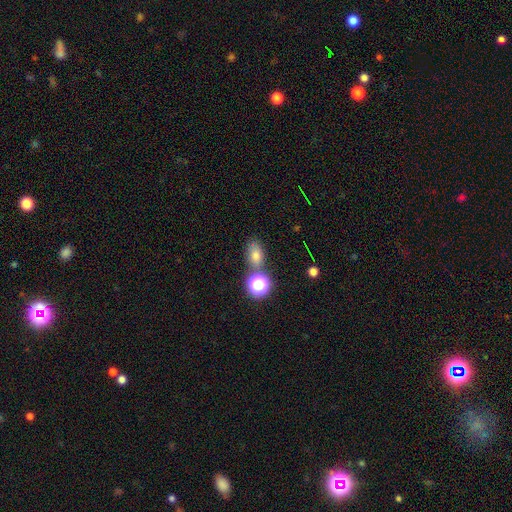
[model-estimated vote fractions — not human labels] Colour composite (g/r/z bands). It shows a smooth galaxy with no disk features (67%) that is in between round and cigar-shaped (70%). Merging: none (68%).